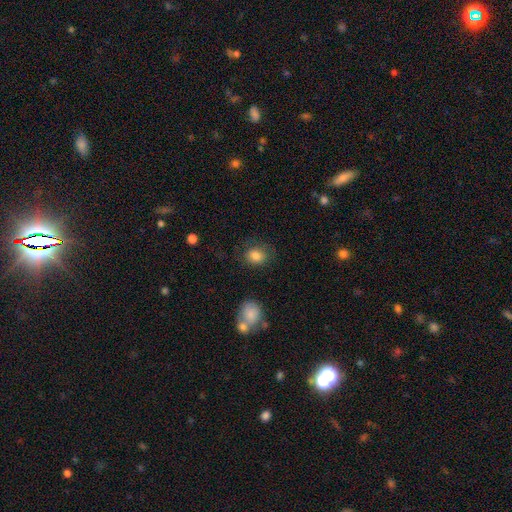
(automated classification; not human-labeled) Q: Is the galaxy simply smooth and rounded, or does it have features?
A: smooth — 84%.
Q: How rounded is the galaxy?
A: round — 58%.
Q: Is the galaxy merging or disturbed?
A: none — 74%.